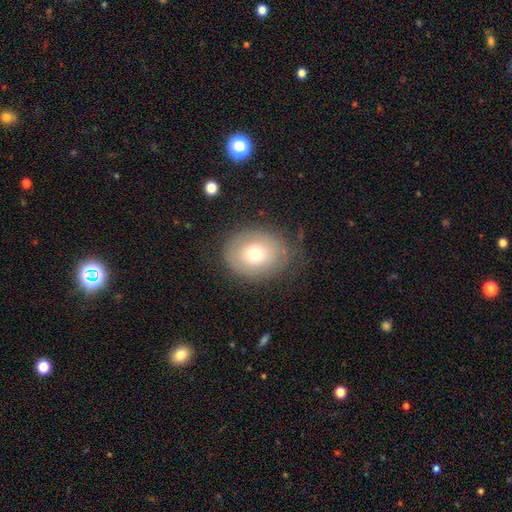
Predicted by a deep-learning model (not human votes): Morphology: type=smooth (66%); roundness=in between (51%); merging=none (72%).